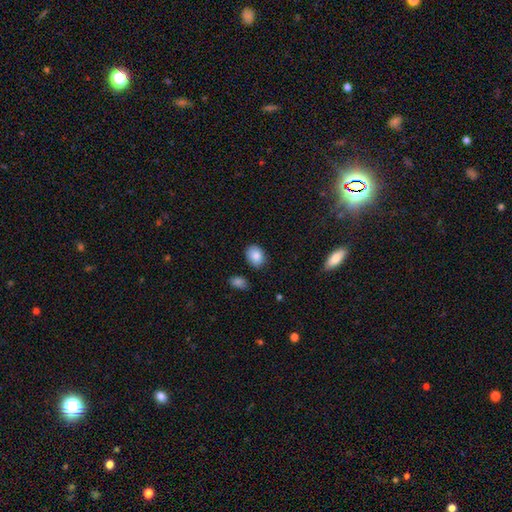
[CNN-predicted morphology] A smooth galaxy with no disk features (87%) that is in between round and cigar-shaped (69%).

Vote fractions:
- Smooth or featured? smooth: 87% / star or artifact: 7% / featured or disk: 6%
- How rounded? in between: 69% / round: 30% / cigar-shaped: 1%
- Merging? none: 82% / minor disturbance: 13% / merger: 3% / major disturbance: 3%